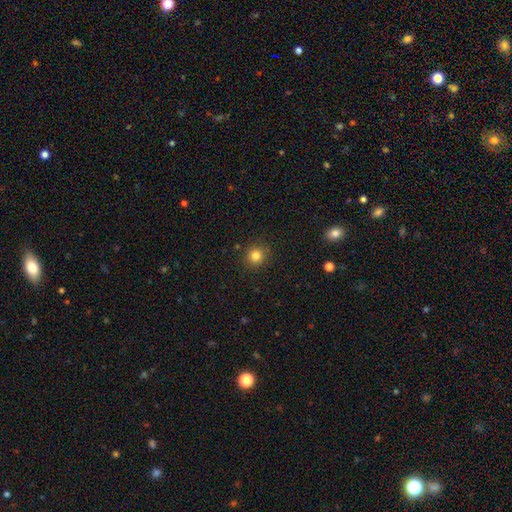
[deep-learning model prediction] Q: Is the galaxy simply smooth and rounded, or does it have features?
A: smooth — 82%.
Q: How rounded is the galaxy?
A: round — 92%.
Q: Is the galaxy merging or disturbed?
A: none — 90%.